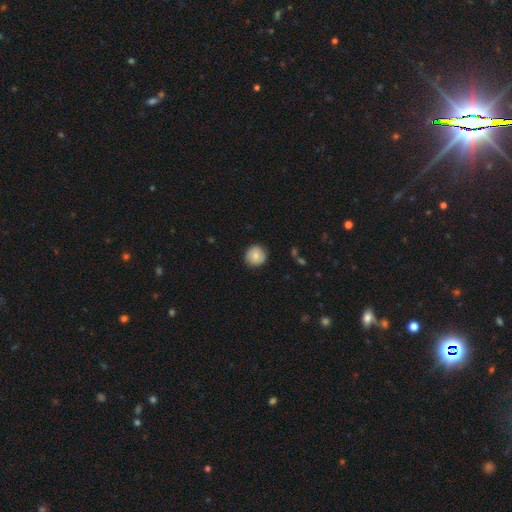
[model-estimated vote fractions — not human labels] Smooth or featured?
  - smooth: 80% *
  - featured or disk: 12%
  - star or artifact: 8%
How rounded?
  - round: 94% *
  - in between: 5%
  - cigar-shaped: 1%
Merging?
  - none: 89% *
  - minor disturbance: 9%
  - major disturbance: 2%
  - merger: 1%